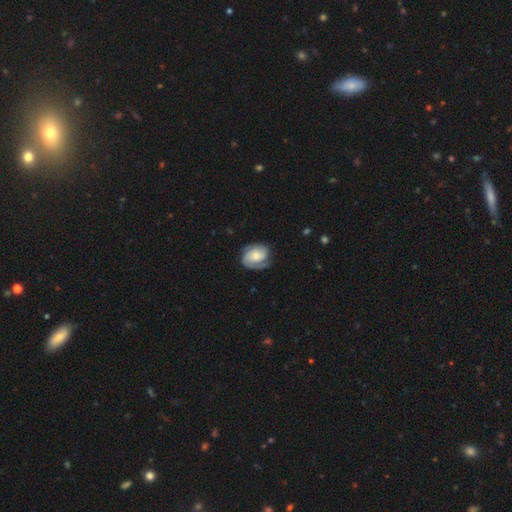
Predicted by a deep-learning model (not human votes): Smooth or featured?
  - featured or disk: 66% *
  - smooth: 27%
  - star or artifact: 6%
Edge-on disk?
  - no: 98% *
  - yes: 2%
Bar?
  - no: 70% *
  - weak: 25%
  - strong: 5%
Spiral arms?
  - yes: 92% *
  - no: 8%
Spiral winding?
  - tight: 53% *
  - medium: 34%
  - loose: 12%
Spiral arm count?
  - 2: 57% *
  - 1: 17%
  - can't tell: 15%
  - 3: 8%
  - 4: 2%
  - more than 4: 2%
Bulge size?
  - moderate: 38% *
  - small: 28%
  - large: 21%
  - none: 10%
  - dominant: 3%
Merging?
  - none: 68% *
  - minor disturbance: 21%
  - major disturbance: 10%
  - merger: 1%